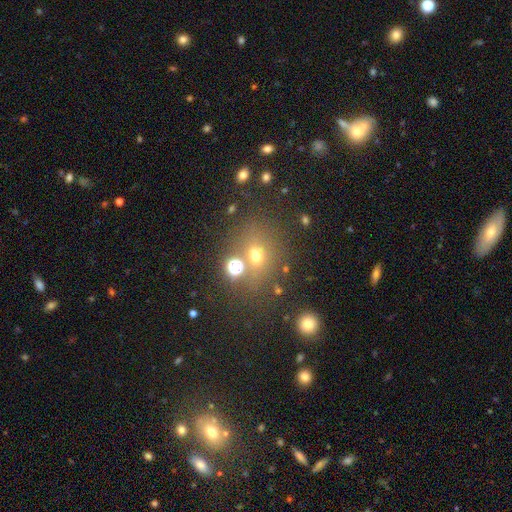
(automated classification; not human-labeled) smooth 57%, star or artifact 28%, featured or disk 15%. Down the decision tree: how rounded — round (57%); merging — none (62%).